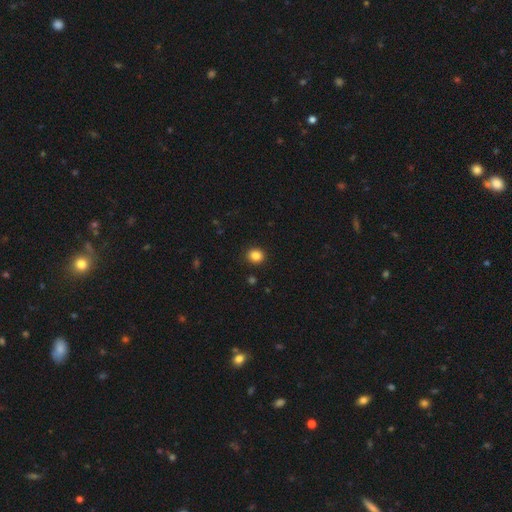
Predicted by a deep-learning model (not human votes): The model was most divided on "how rounded": round: 80%, in between: 19%, cigar-shaped: 1%. More confident: merging — none (91%); smooth or featured — smooth (85%).